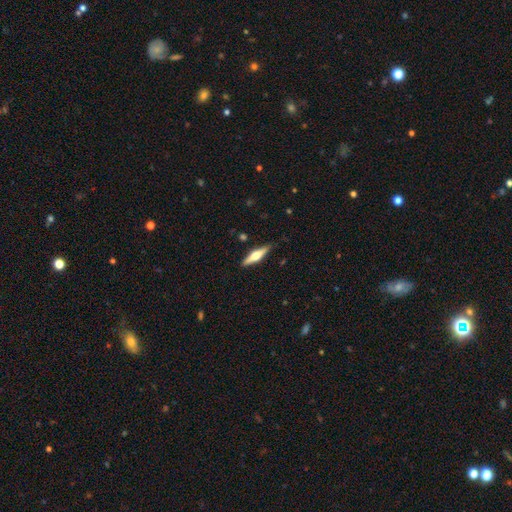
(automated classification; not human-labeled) A featured or disk galaxy (60%) viewed edge-on (96%) with a rounded central bulge (92%). Merging: none (88%).